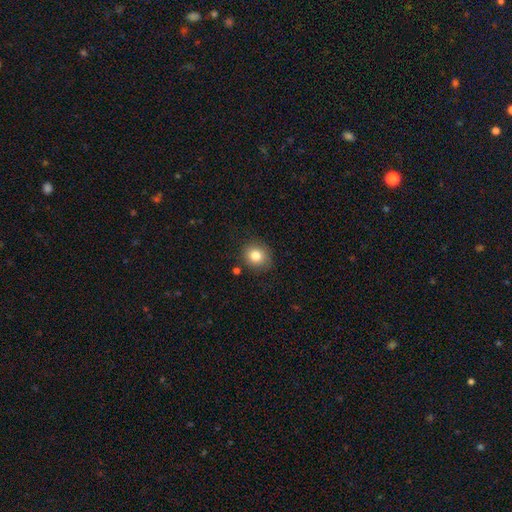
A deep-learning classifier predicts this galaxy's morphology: smooth-or-featured: smooth: 82% | star or artifact: 10% | featured or disk: 8%
  how-rounded: round: 79% | in between: 20% | cigar-shaped: 1%
  merging: none: 85% | minor disturbance: 10% | major disturbance: 3% | merger: 2%